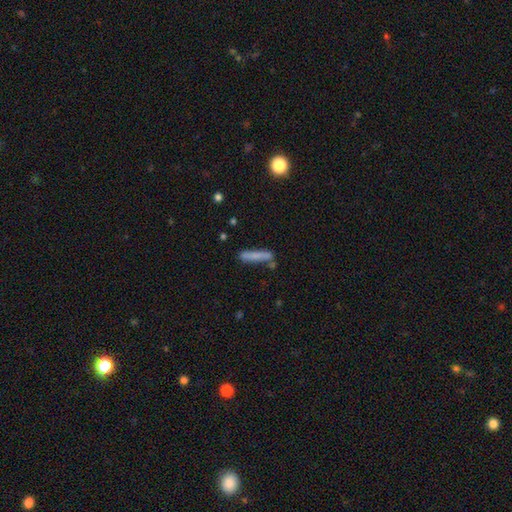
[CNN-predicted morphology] smooth_or_featured: smooth (p=0.73) [alt: featured or disk p=0.19]
how_rounded: cigar-shaped (p=0.91) [alt: in between p=0.08]
merging: none (p=0.70) [alt: minor disturbance p=0.17]